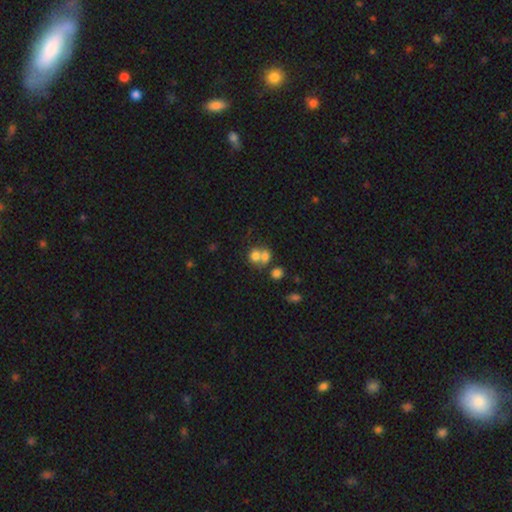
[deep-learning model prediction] smooth_or_featured: smooth (p=0.70) [alt: featured or disk p=0.16]
how_rounded: round (p=0.66) [alt: in between p=0.33]
merging: merger (p=0.59) [alt: none p=0.30]